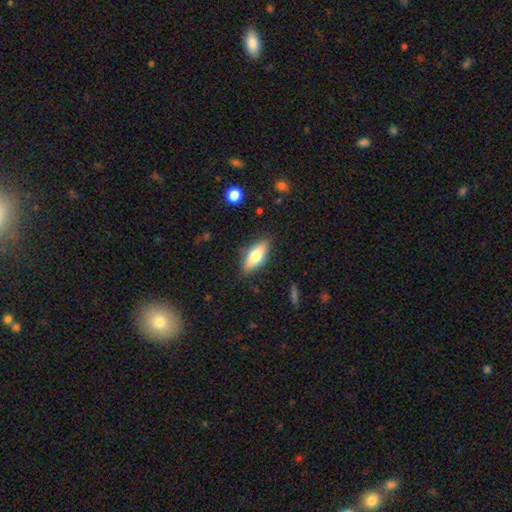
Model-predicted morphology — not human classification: Smooth or featured? Predicted: smooth (p=0.67). How rounded? Predicted: in between (p=0.73). Merging? Predicted: none (p=0.84).